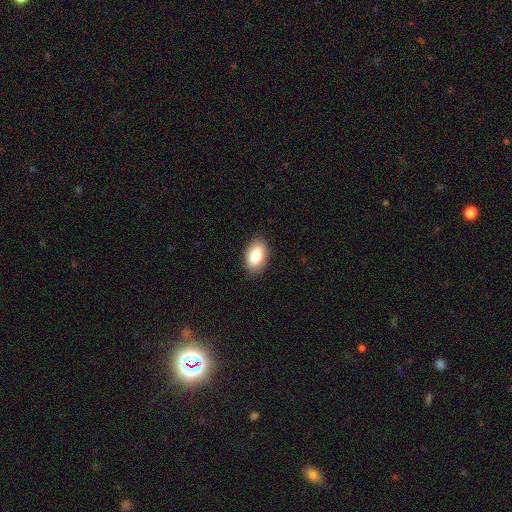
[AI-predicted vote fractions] smooth 84%, featured or disk 9%, star or artifact 7%. Down the decision tree: how rounded — in between (93%); merging — none (87%).